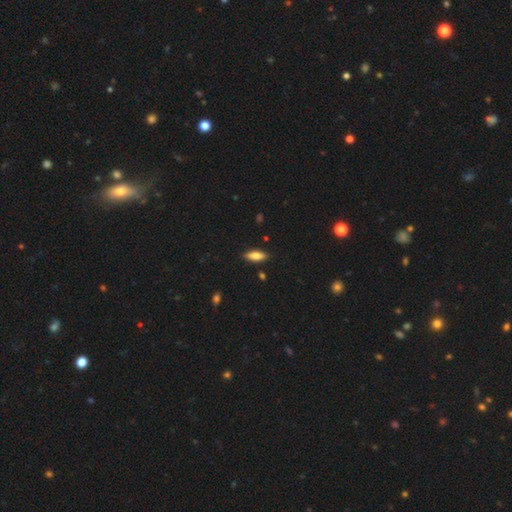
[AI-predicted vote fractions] The model was most divided on "how rounded": in between: 63%, cigar-shaped: 35%, round: 2%. More confident: merging — none (87%); smooth or featured — smooth (73%).